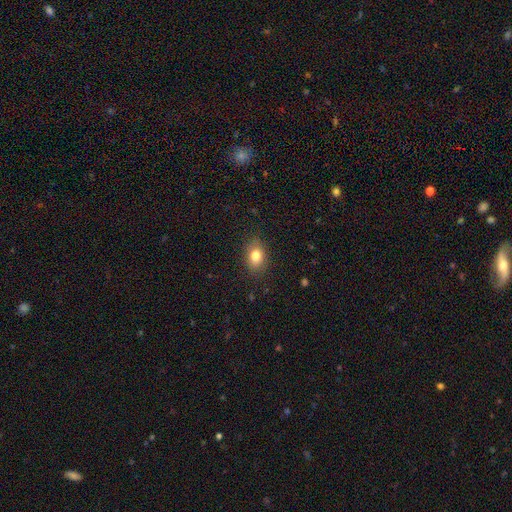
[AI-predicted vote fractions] Morphology: type=smooth (82%); roundness=in between (76%); merging=none (84%).